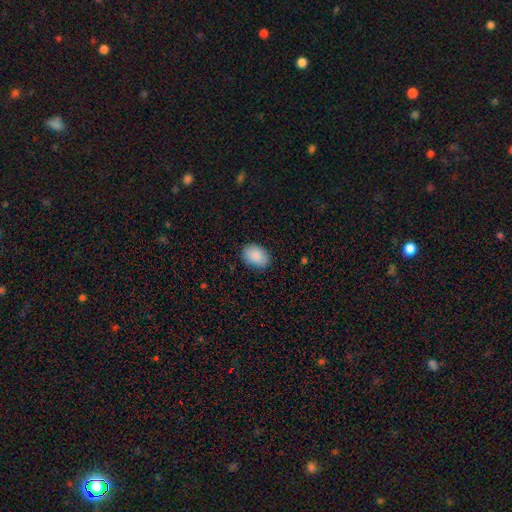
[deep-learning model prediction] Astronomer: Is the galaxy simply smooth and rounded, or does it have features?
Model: smooth — 88%.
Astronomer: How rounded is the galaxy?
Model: in between — 76%.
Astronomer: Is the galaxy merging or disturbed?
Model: none — 85%.